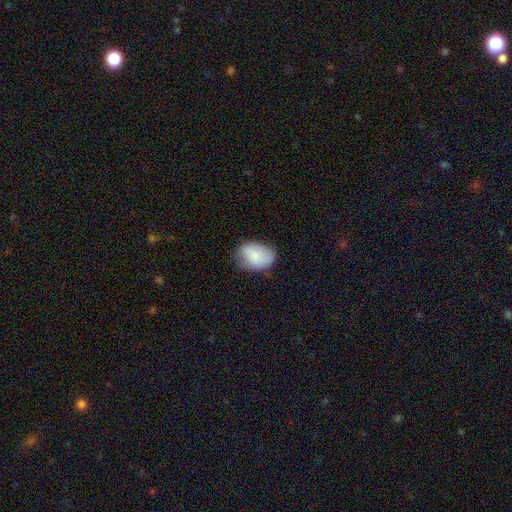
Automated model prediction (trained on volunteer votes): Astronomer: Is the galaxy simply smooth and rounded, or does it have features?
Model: smooth — 81%.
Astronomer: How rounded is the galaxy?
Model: in between — 79%.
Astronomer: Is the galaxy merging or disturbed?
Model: none — 59%.